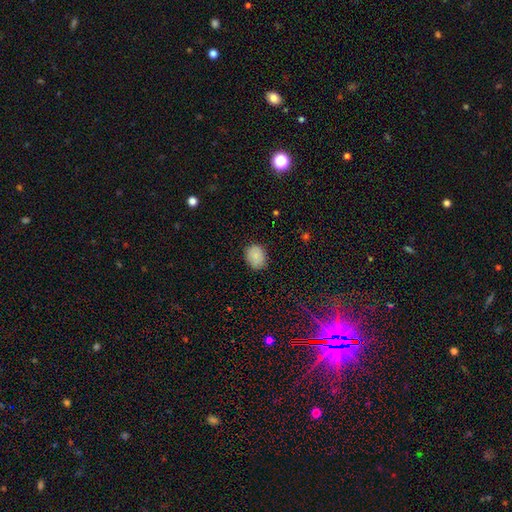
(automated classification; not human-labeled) A smooth galaxy with no disk features (86%) that is in between round and cigar-shaped (53%).

Vote fractions:
- Smooth or featured? smooth: 86% / star or artifact: 8% / featured or disk: 6%
- How rounded? in between: 53% / round: 47% / cigar-shaped: 1%
- Merging? none: 84% / minor disturbance: 13% / major disturbance: 3% / merger: 1%